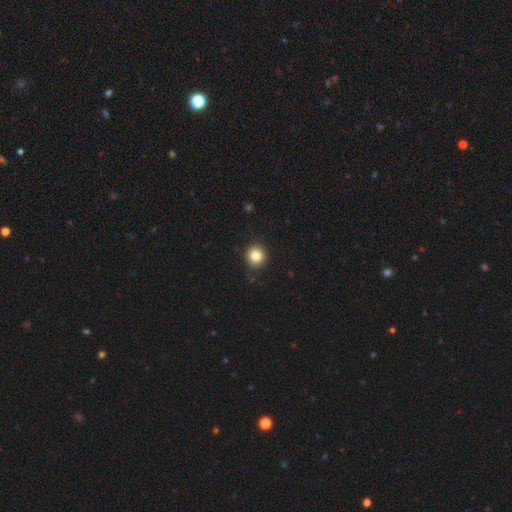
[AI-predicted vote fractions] The model was most divided on "smooth or featured": smooth: 84%, star or artifact: 11%, featured or disk: 5%. More confident: how rounded — round (91%); merging — none (89%).